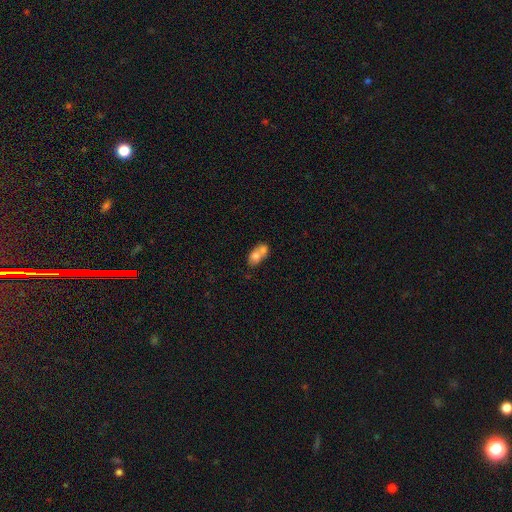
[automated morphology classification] Smooth or featured? smooth (67%)
How rounded? in between (65%)
Merging? merger (68%)